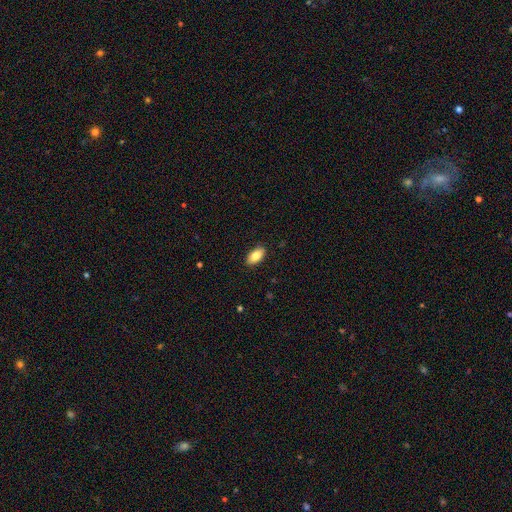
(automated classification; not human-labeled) This appears to be a smooth galaxy with no disk features (84%) that is in between round and cigar-shaped (93%). Merging: none (88%).